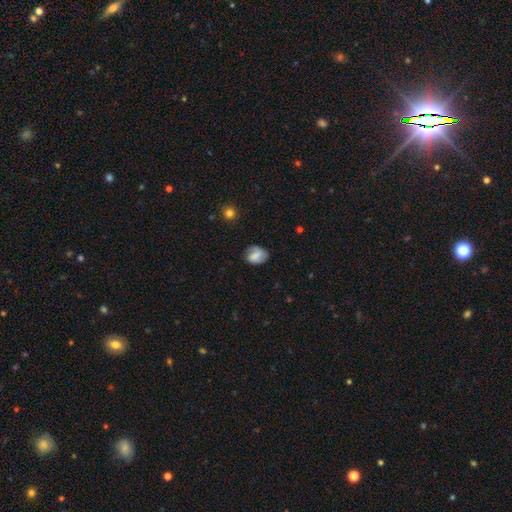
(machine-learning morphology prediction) This is possibly a smooth galaxy (57%). How rounded: possibly in between (60%). Merging: likely none (62%).